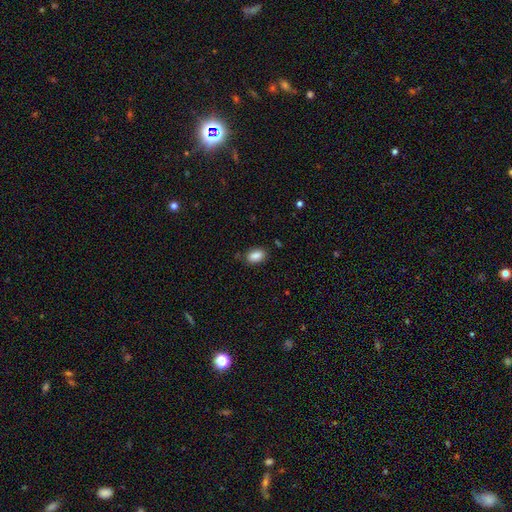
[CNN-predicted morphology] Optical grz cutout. It shows a smooth galaxy with no disk features (88%) that is in between round and cigar-shaped (91%). Merging: none (83%).